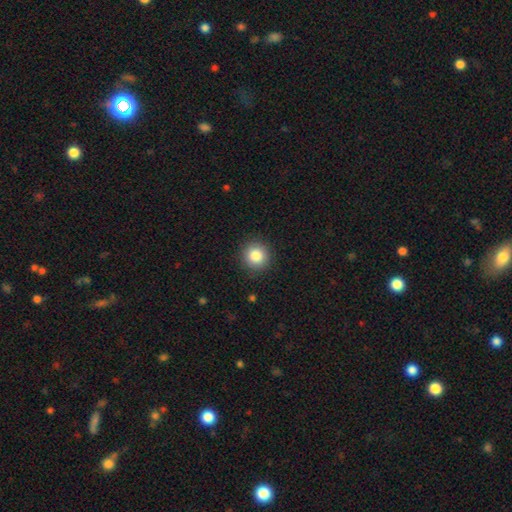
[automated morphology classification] smooth 85%, star or artifact 10%, featured or disk 6%. Down the decision tree: how rounded — round (93%); merging — none (91%).